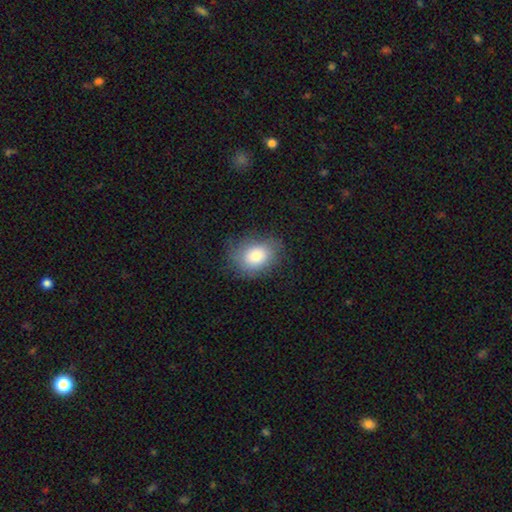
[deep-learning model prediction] smooth-or-featured: smooth: 80% | featured or disk: 12% | star or artifact: 8%
  how-rounded: in between: 64% | round: 35% | cigar-shaped: 1%
  merging: none: 72% | minor disturbance: 19% | major disturbance: 7% | merger: 1%